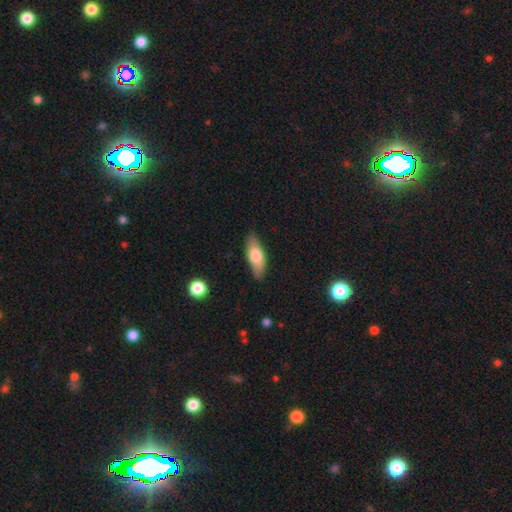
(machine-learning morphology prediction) type=smooth (67%); roundness=in between (70%); merging=none (83%).